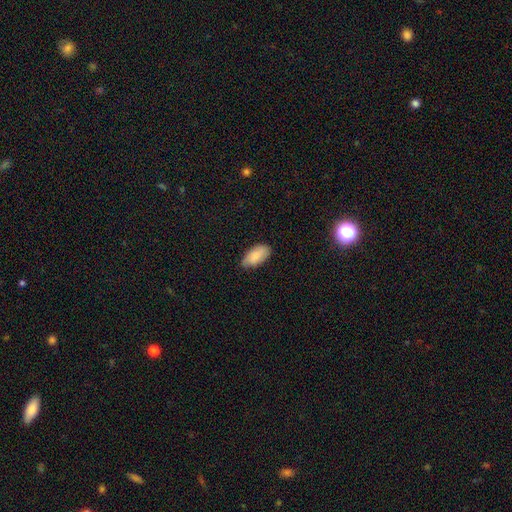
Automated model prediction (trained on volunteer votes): This appears to be a smooth galaxy with no disk features (86%) that is in between round and cigar-shaped (93%). Merging: none (72%).